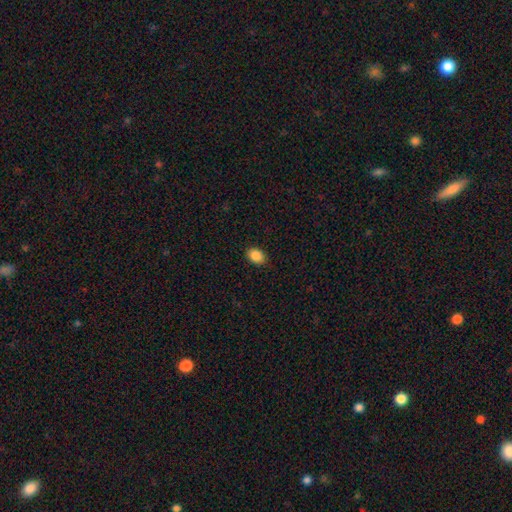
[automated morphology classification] Smooth or featured? smooth (87%)
How rounded? in between (74%)
Merging? none (88%)